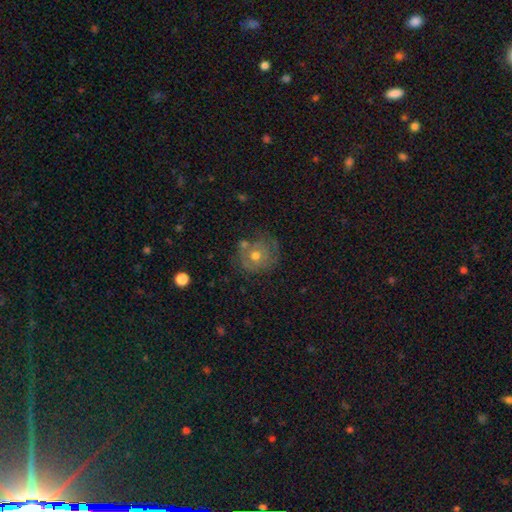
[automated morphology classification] Q: Smooth or featured?
A: featured or disk (52%); runner-up: smooth (38%)
Q: Edge-on disk?
A: no (97%); runner-up: yes (3%)
Q: Bar?
A: no (88%); runner-up: weak (10%)
Q: Spiral arms?
A: yes (51%); runner-up: no (49%)
Q: Bulge size?
A: moderate (74%); runner-up: small (19%)
Q: Merging?
A: none (63%); runner-up: minor disturbance (20%)